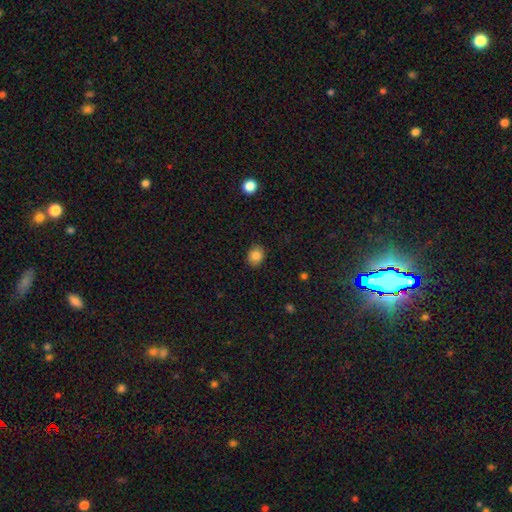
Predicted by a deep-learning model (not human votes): Q: Smooth or featured?
A: smooth (85%); runner-up: star or artifact (9%)
Q: How rounded?
A: round (59%); runner-up: in between (40%)
Q: Merging?
A: none (87%); runner-up: minor disturbance (9%)